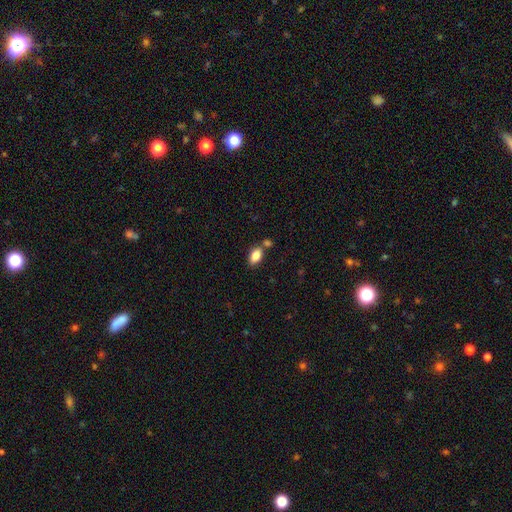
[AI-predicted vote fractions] Overall: smooth (85%). How rounded: in between (91%). Merging: none (67%).